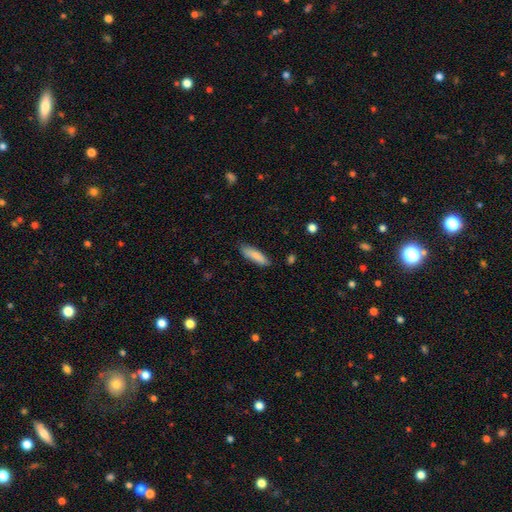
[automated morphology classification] Smooth or featured: smooth — 85% (featured or disk — 9%)
How rounded: cigar-shaped — 64% (in between — 35%)
Merging: none — 82% (minor disturbance — 14%)